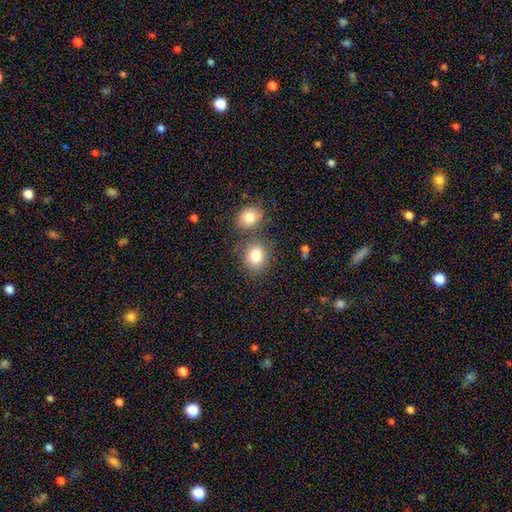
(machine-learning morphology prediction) Q: Smooth or featured?
A: smooth (82%); runner-up: star or artifact (10%)
Q: How rounded?
A: round (65%); runner-up: in between (34%)
Q: Merging?
A: none (65%); runner-up: merger (19%)